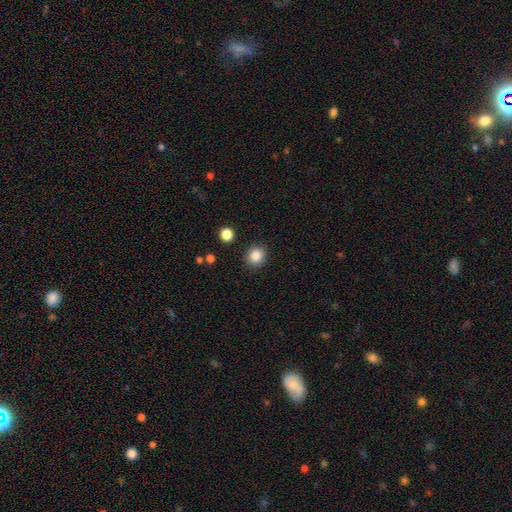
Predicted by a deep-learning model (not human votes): smooth_or_featured: smooth (p=0.86) [alt: star or artifact p=0.10]
how_rounded: round (p=0.85) [alt: in between p=0.14]
merging: none (p=0.89) [alt: minor disturbance p=0.07]